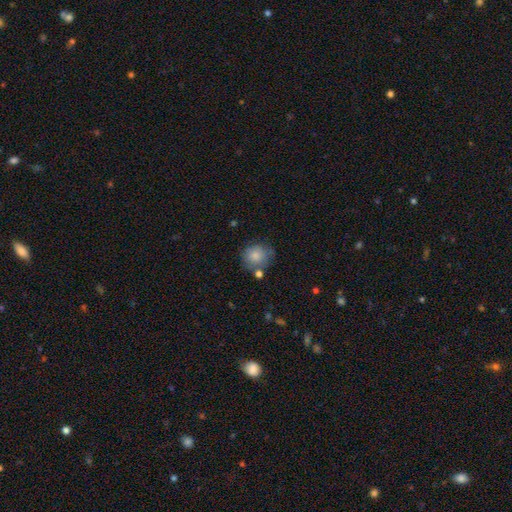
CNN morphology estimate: type=smooth (82%); roundness=round (85%); merging=none (65%).